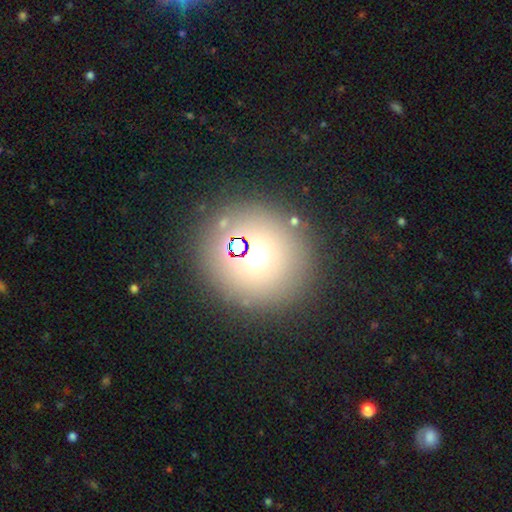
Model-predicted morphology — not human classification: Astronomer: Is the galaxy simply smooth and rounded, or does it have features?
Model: smooth — 57%.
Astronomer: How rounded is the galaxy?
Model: round — 90%.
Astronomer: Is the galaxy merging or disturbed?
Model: none — 82%.